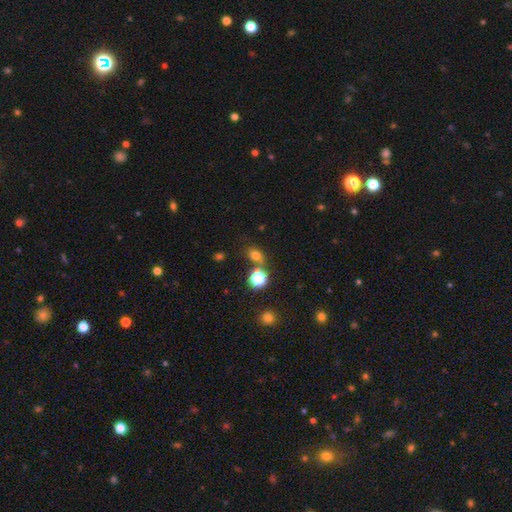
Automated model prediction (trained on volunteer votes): smooth-or-featured: smooth: 71% | star or artifact: 21% | featured or disk: 8%
  how-rounded: in between: 53% | round: 45% | cigar-shaped: 2%
  merging: none: 64% | merger: 19% | minor disturbance: 13% | major disturbance: 5%